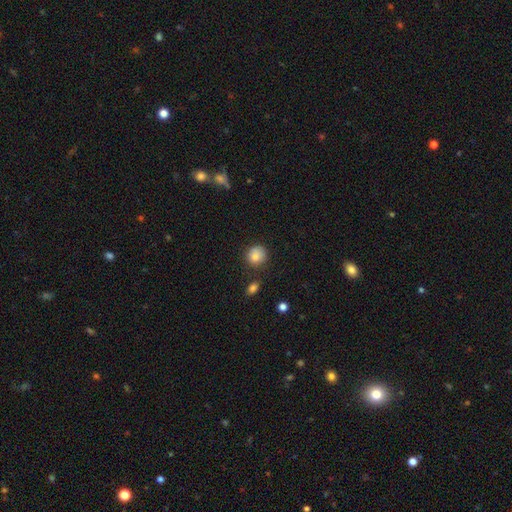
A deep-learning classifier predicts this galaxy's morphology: This is clearly a smooth galaxy (84%). How rounded: clearly round (88%). Merging: likely none (78%).